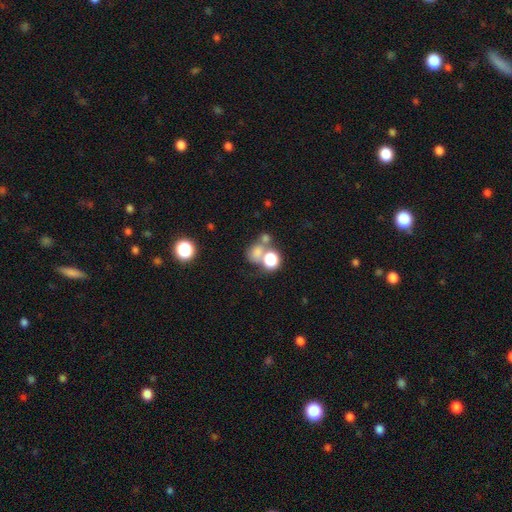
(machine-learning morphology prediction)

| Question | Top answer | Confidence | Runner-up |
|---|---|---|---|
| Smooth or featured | smooth | 65% | star or artifact (20%) |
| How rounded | round | 65% | in between (34%) |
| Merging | merger | 42% | none (37%) |